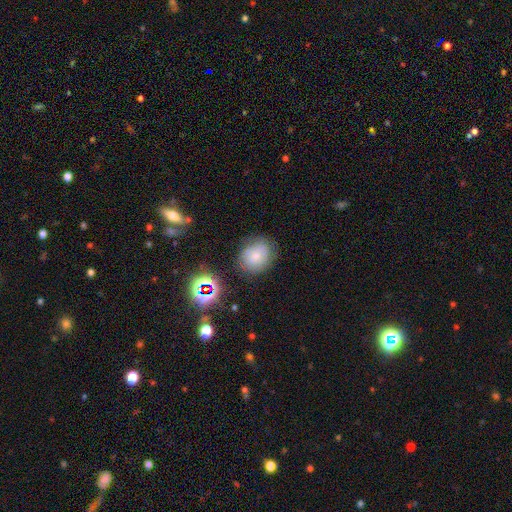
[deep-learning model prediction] A smooth galaxy with no disk features (71%) that is round (60%). Merging: none (73%).